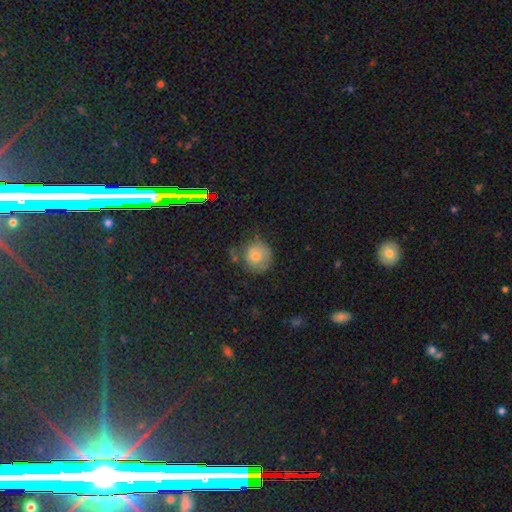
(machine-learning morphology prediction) smooth_or_featured: smooth (p=0.69) [alt: featured or disk p=0.18]
how_rounded: round (p=0.88) [alt: in between p=0.11]
merging: none (p=0.63) [alt: minor disturbance p=0.25]